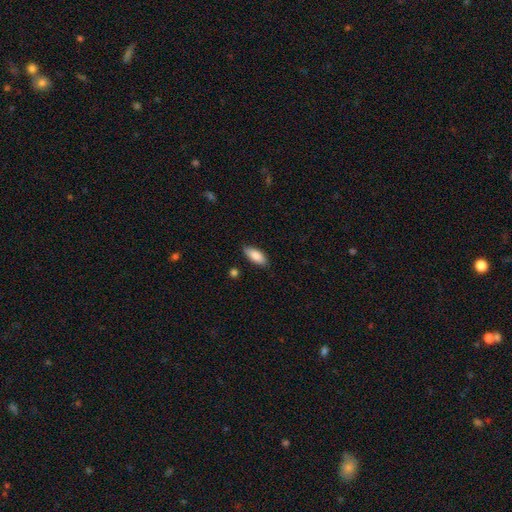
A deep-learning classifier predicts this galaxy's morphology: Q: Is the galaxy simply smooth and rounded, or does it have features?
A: smooth — 86%.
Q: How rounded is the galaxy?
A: in between — 84%.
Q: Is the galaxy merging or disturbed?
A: none — 84%.